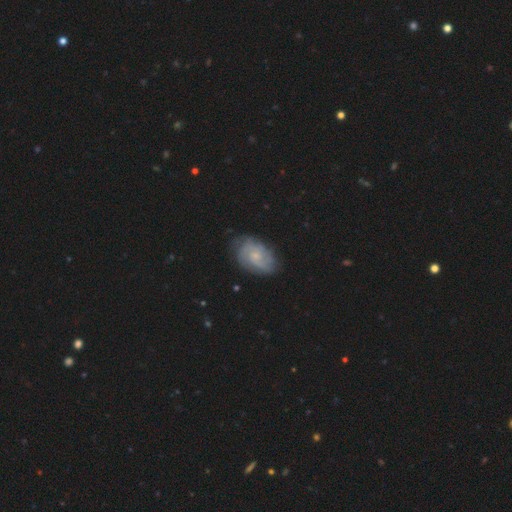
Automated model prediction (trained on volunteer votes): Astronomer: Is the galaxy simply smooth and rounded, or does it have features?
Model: featured or disk — 67%.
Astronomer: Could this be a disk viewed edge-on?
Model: no — 97%.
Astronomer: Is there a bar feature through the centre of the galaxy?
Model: no — 71%.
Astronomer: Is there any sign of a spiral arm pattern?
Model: yes — 90%.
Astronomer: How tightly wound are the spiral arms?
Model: tight — 50% (runner-up: medium, 36%).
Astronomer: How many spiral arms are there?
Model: can't tell — 38% (runner-up: 2, 28%).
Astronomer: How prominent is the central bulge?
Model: small — 61%.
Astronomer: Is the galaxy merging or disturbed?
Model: none — 74%.